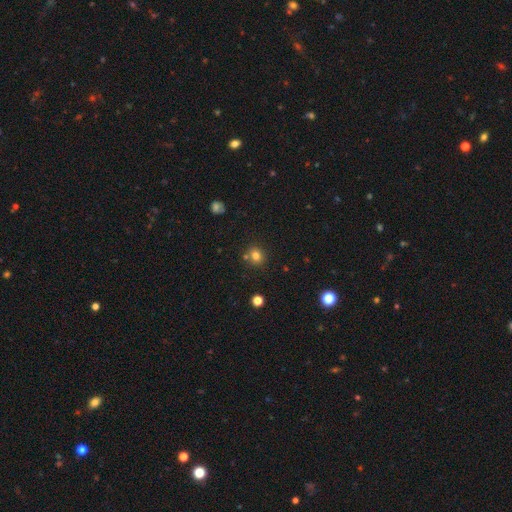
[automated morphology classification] Q: Smooth or featured?
A: smooth (77%); runner-up: star or artifact (15%)
Q: How rounded?
A: round (78%); runner-up: in between (21%)
Q: Merging?
A: none (75%); runner-up: merger (12%)